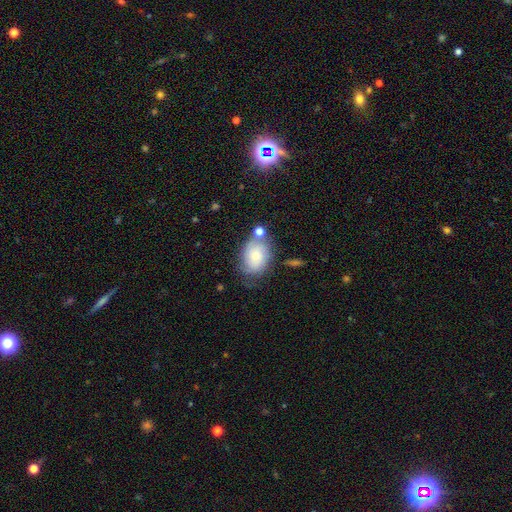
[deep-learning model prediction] Overall: smooth (53%; featured or disk 38%). How rounded: in between (73%). Merging: none (52%; minor disturbance 24%).